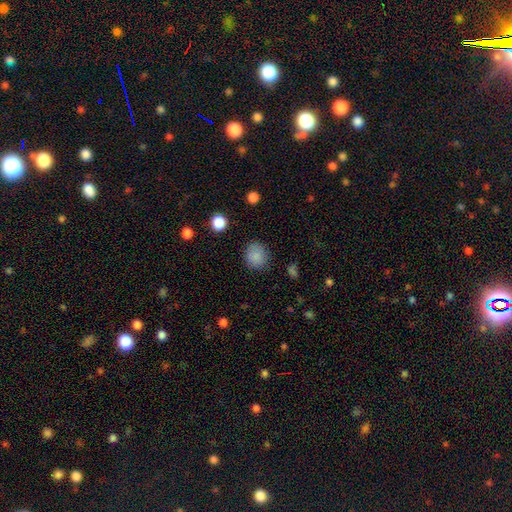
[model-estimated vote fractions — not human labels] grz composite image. It shows a smooth galaxy with no disk features (86%) that is round (79%). Merging: none (85%).